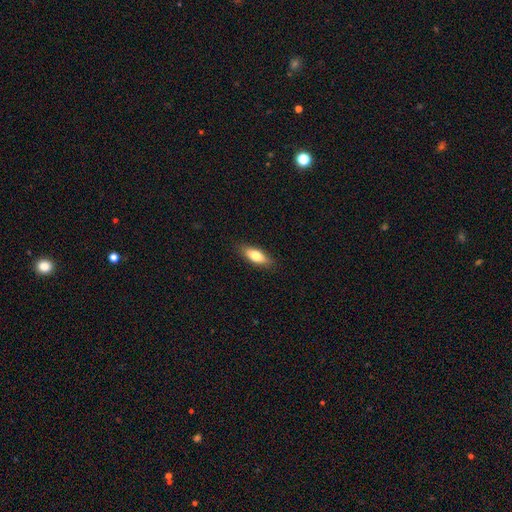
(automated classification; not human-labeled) Overall: smooth (73%). How rounded: in between (71%). Merging: none (87%).